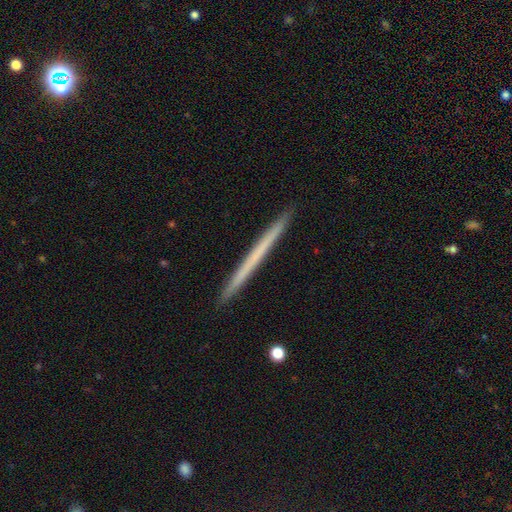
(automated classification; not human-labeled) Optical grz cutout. It shows a smooth galaxy with no disk features (50%). Merging: none (93%).